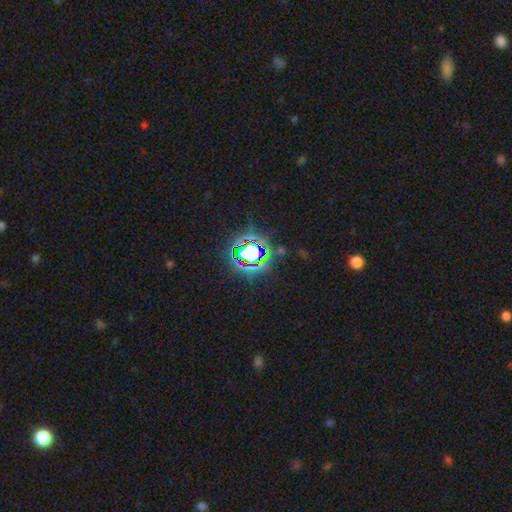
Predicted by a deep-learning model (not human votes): A star or artifact, not a galaxy (73%).